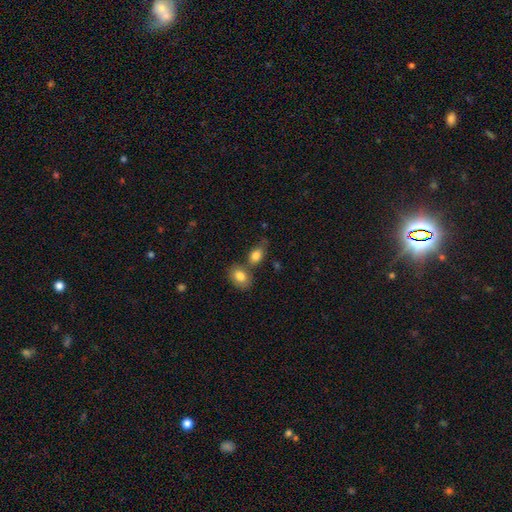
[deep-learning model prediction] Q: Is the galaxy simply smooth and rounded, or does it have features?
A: smooth — 83%.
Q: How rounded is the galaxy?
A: in between — 82%.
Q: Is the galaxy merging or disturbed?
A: none — 45%.